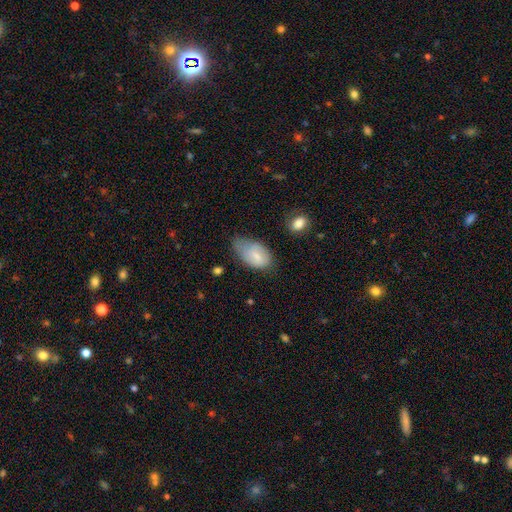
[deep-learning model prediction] Q: Smooth or featured?
A: smooth (74%); runner-up: featured or disk (19%)
Q: How rounded?
A: in between (93%); runner-up: round (5%)
Q: Merging?
A: minor disturbance (44%); runner-up: none (37%)